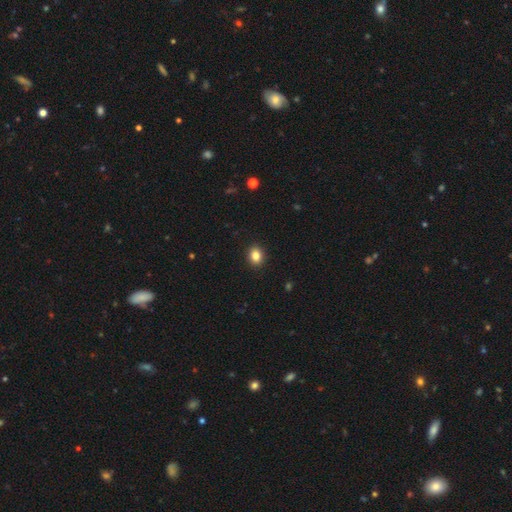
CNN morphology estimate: Smooth or featured? Predicted: smooth (p=0.85). How rounded? Predicted: round (p=0.50). Merging? Predicted: none (p=0.91).